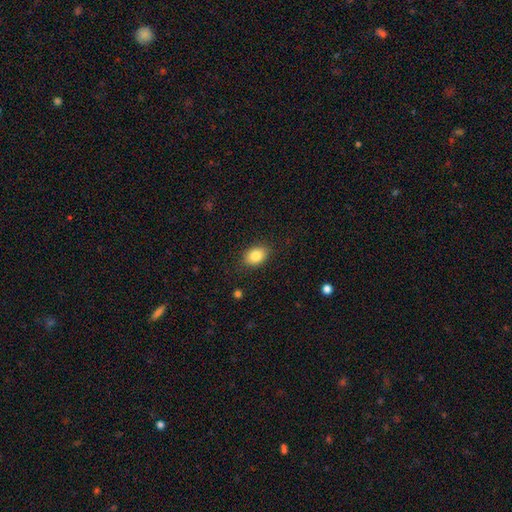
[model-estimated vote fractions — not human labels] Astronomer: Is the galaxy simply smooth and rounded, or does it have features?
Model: smooth — 84%.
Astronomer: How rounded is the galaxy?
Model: in between — 77%.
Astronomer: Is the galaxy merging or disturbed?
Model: none — 86%.